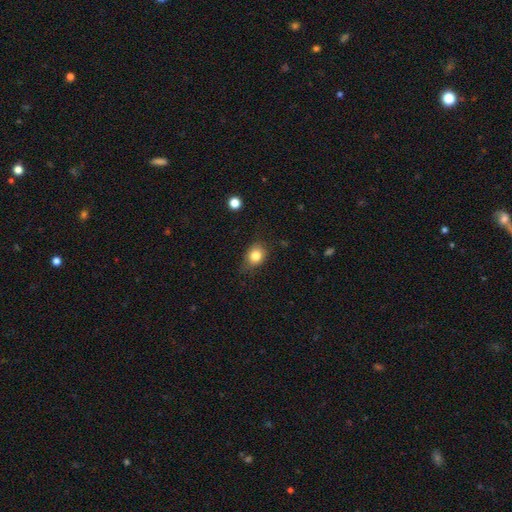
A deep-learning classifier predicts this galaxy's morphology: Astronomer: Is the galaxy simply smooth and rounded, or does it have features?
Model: smooth — 81%.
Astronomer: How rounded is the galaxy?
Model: round — 54% (runner-up: in between, 45%).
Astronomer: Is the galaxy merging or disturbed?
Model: none — 70%.